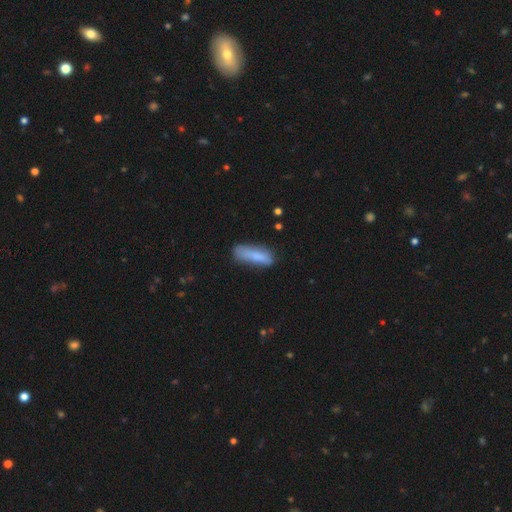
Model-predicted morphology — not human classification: Overall: smooth (79%). How rounded: cigar-shaped (50%; in between 48%). Merging: none (56%; minor disturbance 30%).